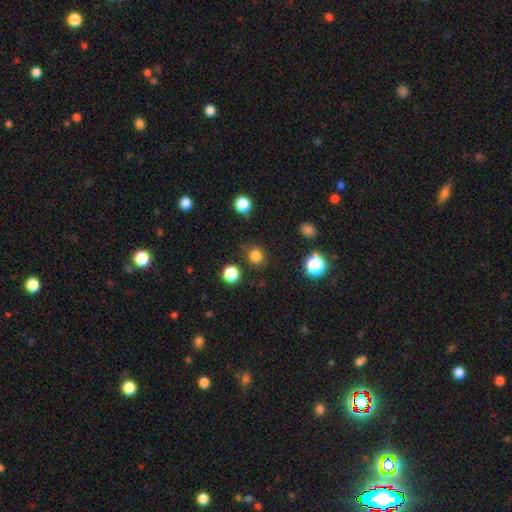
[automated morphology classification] This is clearly a smooth galaxy (81%). How rounded: clearly round (90%). Merging: clearly none (84%).